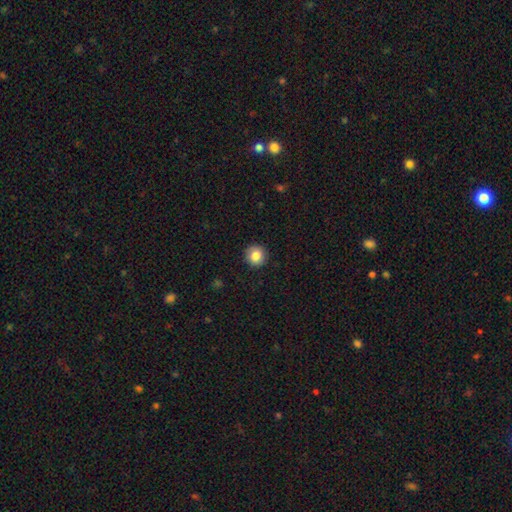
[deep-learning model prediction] smooth 84%, star or artifact 9%, featured or disk 7%. Down the decision tree: how rounded — round (94%); merging — none (91%).